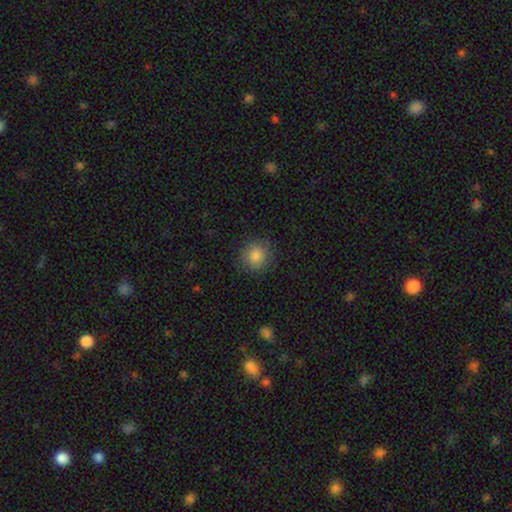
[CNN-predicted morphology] The model was most divided on "merging": none: 85%, minor disturbance: 10%, major disturbance: 3%, merger: 1%. More confident: how rounded — round (89%); smooth or featured — smooth (85%).